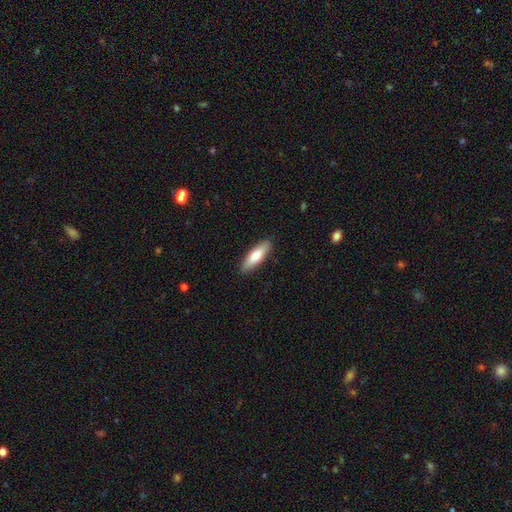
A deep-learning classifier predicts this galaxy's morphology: Overall: smooth (73%). How rounded: cigar-shaped (60%; in between 38%). Merging: none (89%).